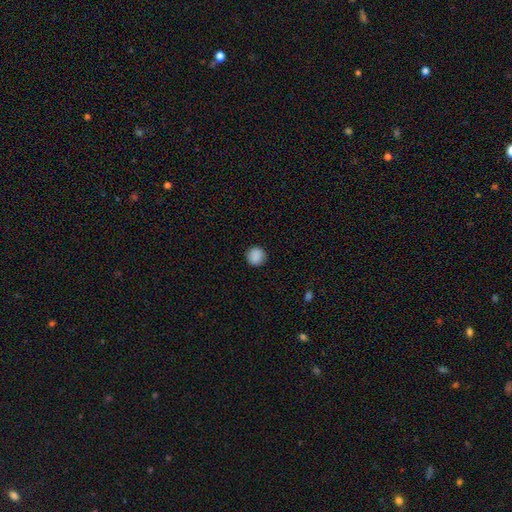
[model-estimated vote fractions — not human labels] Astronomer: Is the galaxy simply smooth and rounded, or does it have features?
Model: smooth — 89%.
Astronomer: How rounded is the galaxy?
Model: round — 94%.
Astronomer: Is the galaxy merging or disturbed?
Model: none — 92%.